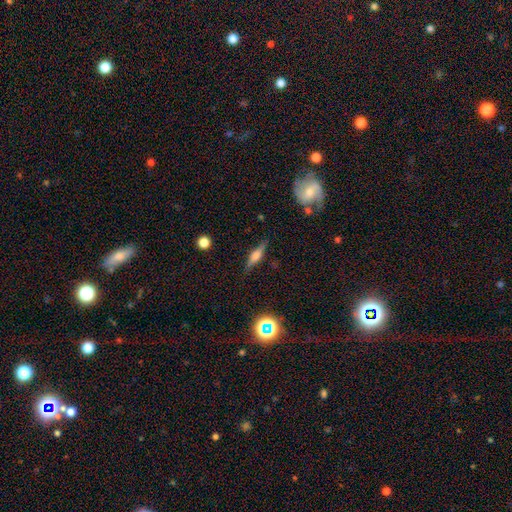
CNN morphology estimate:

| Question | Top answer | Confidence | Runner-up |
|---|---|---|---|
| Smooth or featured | featured or disk | 54% | smooth (37%) |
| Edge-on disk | yes | 94% | no (6%) |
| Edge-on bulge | rounded | 78% | boxy (17%) |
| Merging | none | 85% | minor disturbance (11%) |